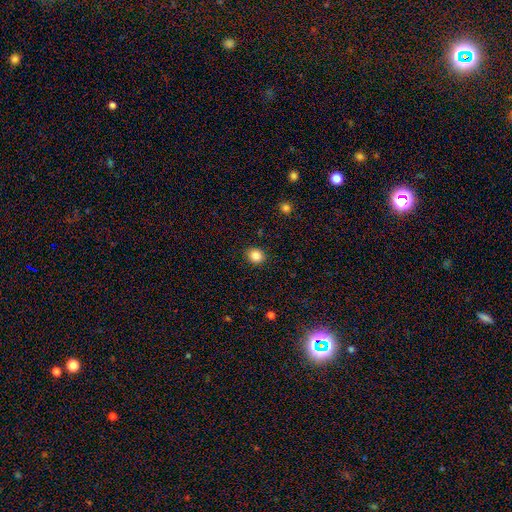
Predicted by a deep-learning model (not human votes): This is clearly a smooth galaxy (86%). How rounded: likely round (74%). Merging: clearly none (90%).